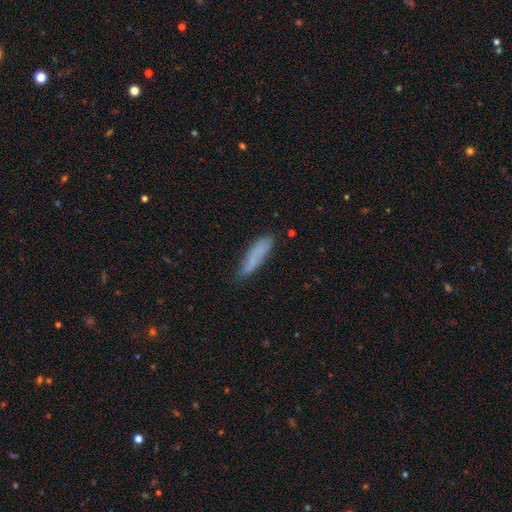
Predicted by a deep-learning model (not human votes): A smooth galaxy with no disk features (77%) that is cigar-shaped (75%). Merging: none (75%).